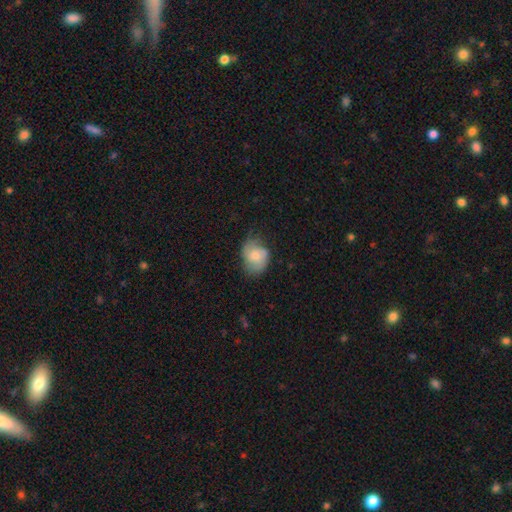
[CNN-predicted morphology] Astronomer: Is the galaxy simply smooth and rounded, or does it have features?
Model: smooth — 60%.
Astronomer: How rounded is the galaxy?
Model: in between — 55% (runner-up: round, 44%).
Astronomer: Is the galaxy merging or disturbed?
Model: none — 54% (runner-up: minor disturbance, 33%).